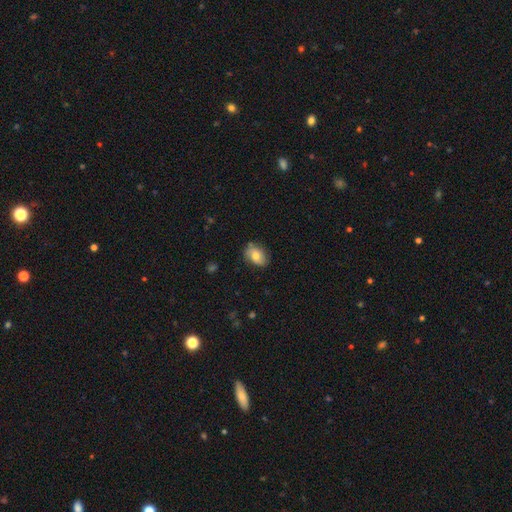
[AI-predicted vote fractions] Morphology: type=smooth (62%); roundness=in between (80%); merging=none (74%).